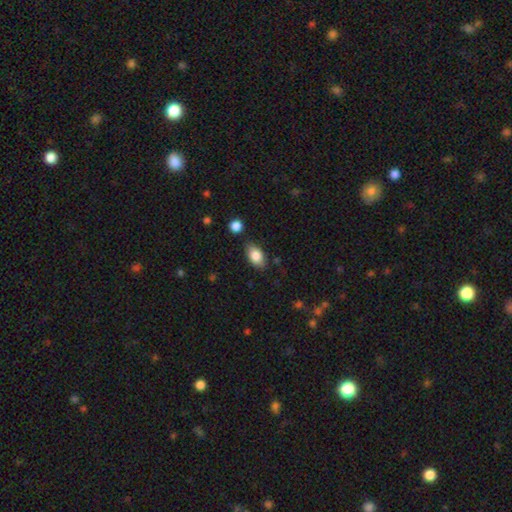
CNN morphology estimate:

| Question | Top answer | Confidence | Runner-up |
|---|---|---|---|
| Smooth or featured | smooth | 84% | featured or disk (8%) |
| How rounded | in between | 91% | round (7%) |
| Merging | none | 82% | minor disturbance (12%) |